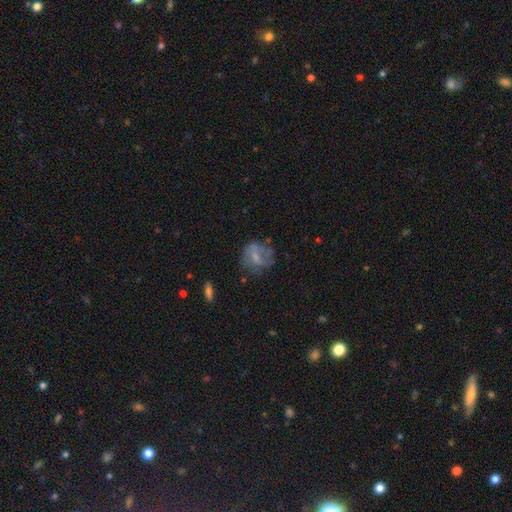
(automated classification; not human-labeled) Smooth or featured?
  - smooth: 47% *
  - featured or disk: 43%
  - star or artifact: 10%
Merging?
  - none: 53% *
  - minor disturbance: 24%
  - major disturbance: 20%
  - merger: 3%